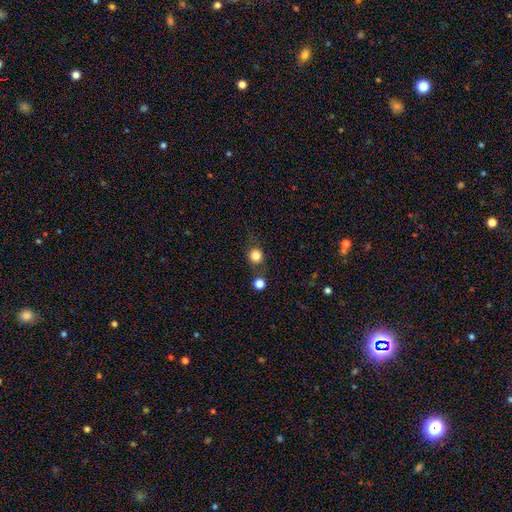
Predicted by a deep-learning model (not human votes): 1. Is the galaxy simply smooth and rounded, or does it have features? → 81% smooth, 12% star or artifact, 8% featured or disk.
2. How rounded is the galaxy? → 87% round, 12% in between, 1% cigar-shaped.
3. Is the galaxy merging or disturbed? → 71% none, 13% minor disturbance, 11% merger, 5% major disturbance.